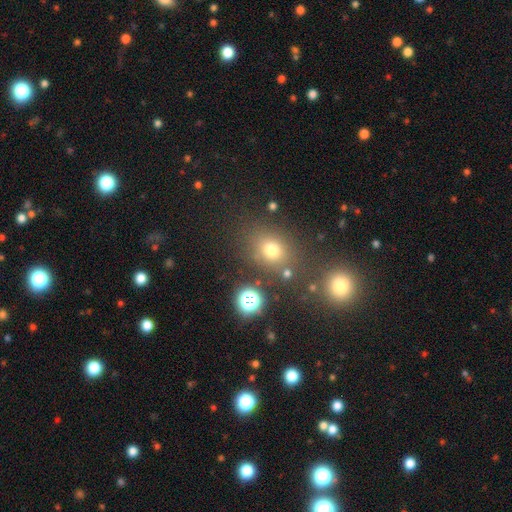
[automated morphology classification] type=smooth (50%); merging=none (75%).